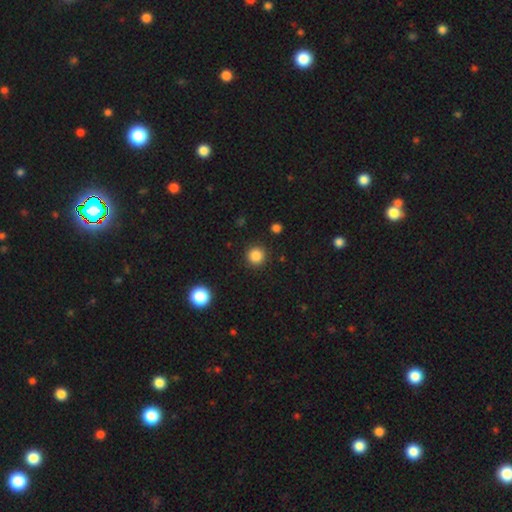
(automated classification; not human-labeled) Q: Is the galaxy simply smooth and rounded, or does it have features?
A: smooth — 85%.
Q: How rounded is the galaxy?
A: round — 95%.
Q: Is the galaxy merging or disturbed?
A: none — 91%.